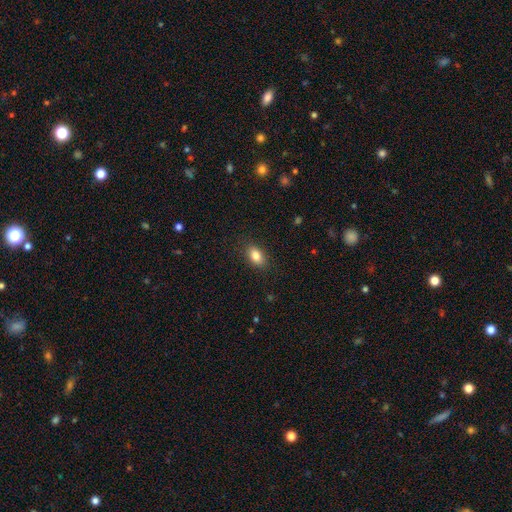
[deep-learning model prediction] Overall: smooth (84%). How rounded: in between (87%). Merging: none (87%).